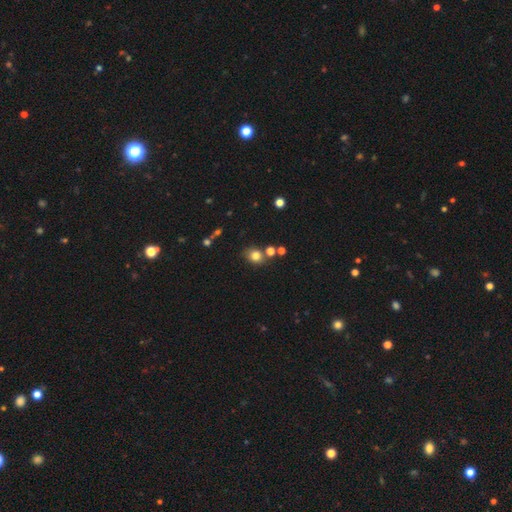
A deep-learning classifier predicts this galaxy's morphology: smooth_or_featured: smooth (p=0.79) [alt: star or artifact p=0.14]
how_rounded: round (p=0.63) [alt: in between p=0.36]
merging: none (p=0.72) [alt: minor disturbance p=0.13]